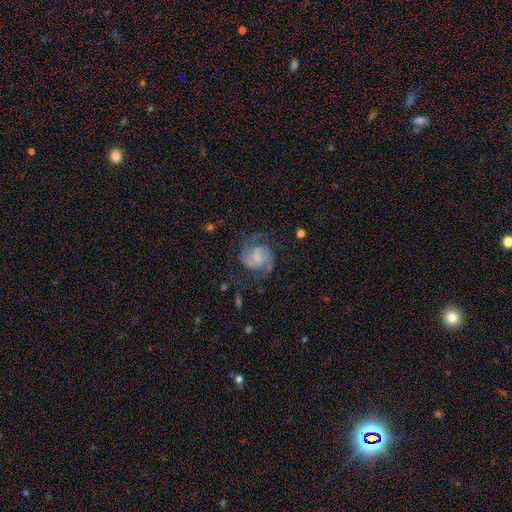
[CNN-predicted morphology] Smooth or featured? Predicted: featured or disk (p=0.86). Edge-on disk? Predicted: no (p=0.98). Bar? Predicted: weak (p=0.52). Spiral arms? Predicted: yes (p=0.97). Spiral winding? Predicted: medium (p=0.53). Spiral arm count? Predicted: 2 (p=0.89). Bulge size? Predicted: small (p=0.50). Merging? Predicted: none (p=0.73).